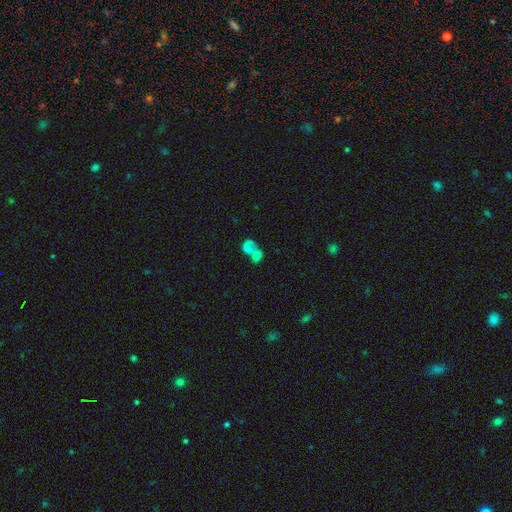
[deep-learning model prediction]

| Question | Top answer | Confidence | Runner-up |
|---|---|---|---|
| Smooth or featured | smooth | 44% | featured or disk (30%) |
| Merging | merger | 56% | none (27%) |